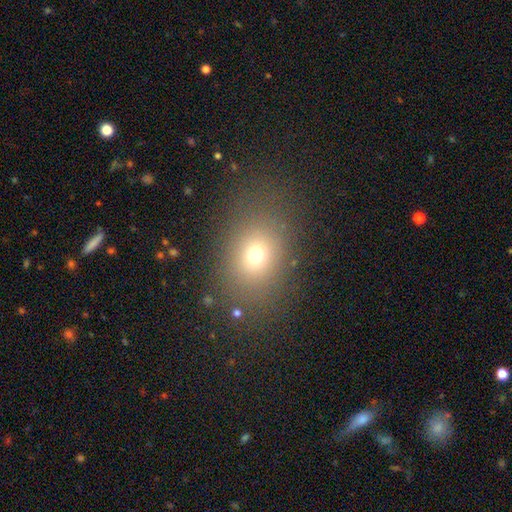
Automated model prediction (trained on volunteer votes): This appears to be a smooth galaxy with no disk features (70%) that is round (50%). Merging: none (79%).